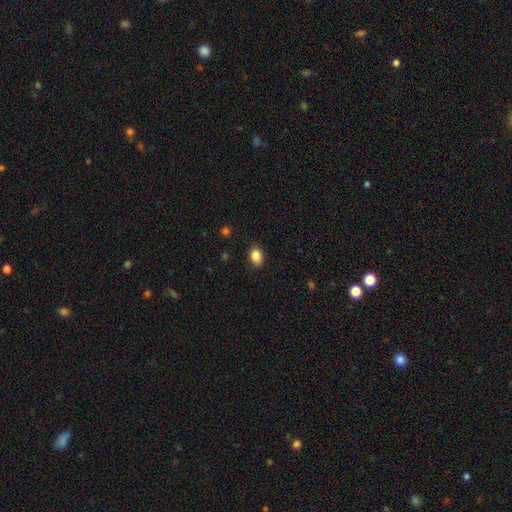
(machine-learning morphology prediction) smooth 86%, star or artifact 9%, featured or disk 5%. Down the decision tree: how rounded — in between (76%); merging — none (87%).